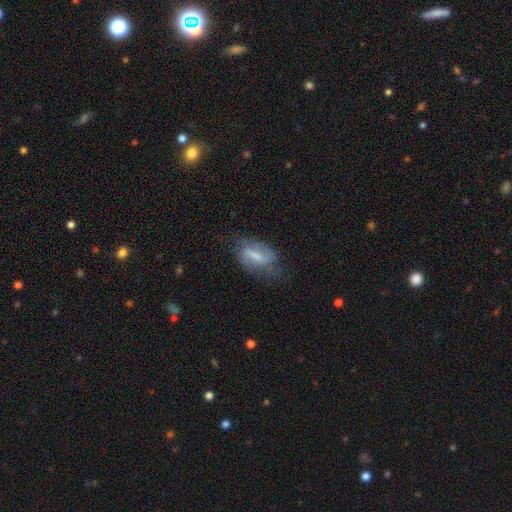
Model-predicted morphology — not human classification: smooth-or-featured: featured or disk: 59% | smooth: 33% | star or artifact: 8%
  disk-edge-on: no: 94% | yes: 6%
    bar: weak: 47% | strong: 37% | no: 16%
    has-spiral-arms: yes: 81% | no: 19%
    bulge-size: small: 39% | moderate: 32% | none: 23% | large: 5% | dominant: 1%
  merging: none: 59% | minor disturbance: 26% | major disturbance: 12% | merger: 2%